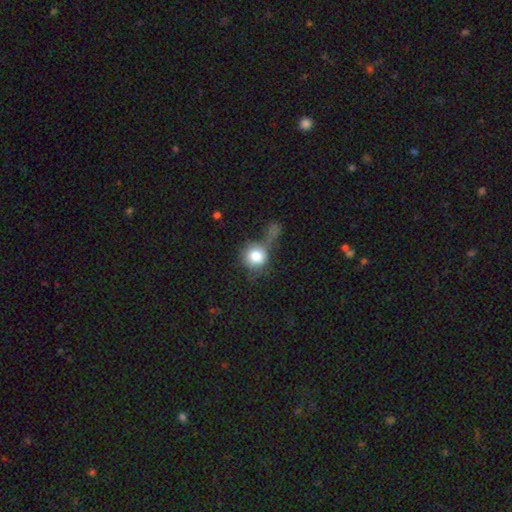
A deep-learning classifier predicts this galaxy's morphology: Smooth or featured? smooth (75%)
How rounded? round (83%)
Merging? none (34%)